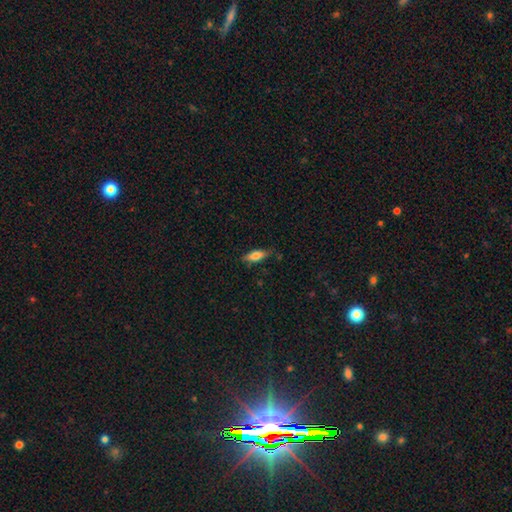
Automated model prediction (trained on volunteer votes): smooth-or-featured: smooth: 71% | featured or disk: 22% | star or artifact: 7%
  how-rounded: in between: 62% | cigar-shaped: 35% | round: 3%
  merging: none: 76% | minor disturbance: 19% | major disturbance: 4% | merger: 2%